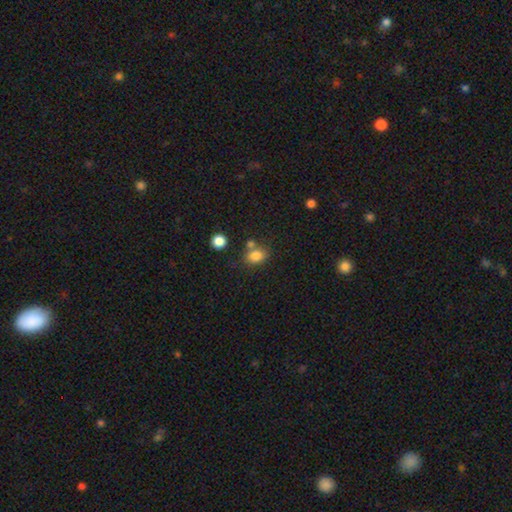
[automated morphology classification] Smooth or featured? smooth (81%)
How rounded? in between (64%)
Merging? none (60%)